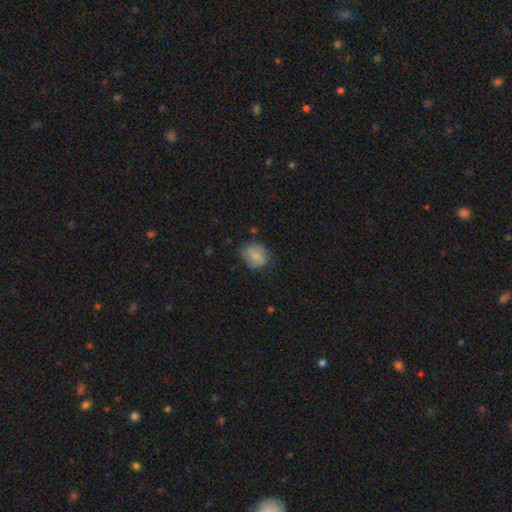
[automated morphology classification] Smooth or featured: smooth — 69% (featured or disk — 22%)
How rounded: round — 58% (in between — 41%)
Merging: none — 63% (minor disturbance — 26%)